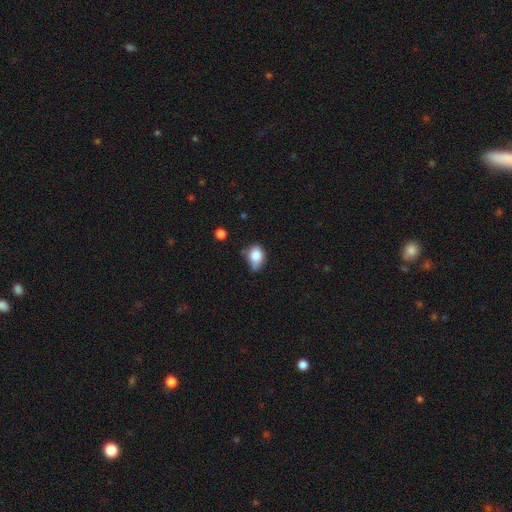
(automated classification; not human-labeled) Smooth or featured? Predicted: smooth (p=0.81). How rounded? Predicted: in between (p=0.61). Merging? Predicted: minor disturbance (p=0.43).